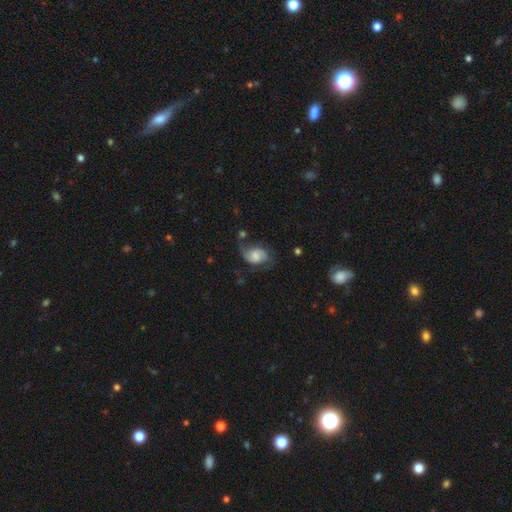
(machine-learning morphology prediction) Smooth or featured: featured or disk — 70% (smooth — 22%)
Edge-on disk: no — 98% (yes — 2%)
Bar: no — 52% (weak — 40%)
Spiral arms: yes — 93% (no — 7%)
Spiral winding: medium — 43% (loose — 39%)
Spiral arm count: 2 — 79% (1 — 13%)
Bulge size: moderate — 29% (small — 25%)
Merging: none — 50% (minor disturbance — 24%)